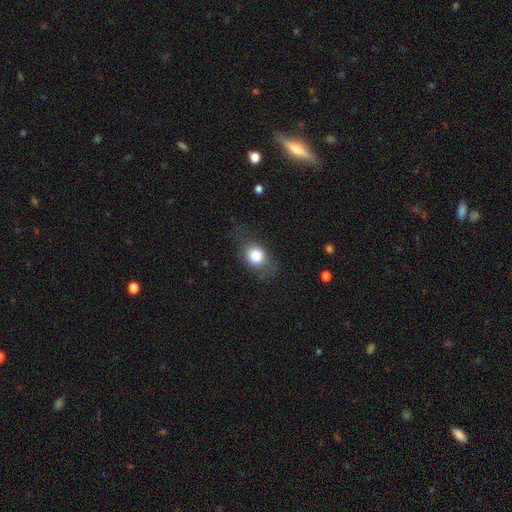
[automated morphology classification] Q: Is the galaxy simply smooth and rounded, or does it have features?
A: smooth — 79%.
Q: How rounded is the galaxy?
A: round — 51%.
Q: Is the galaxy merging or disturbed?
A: none — 64%.